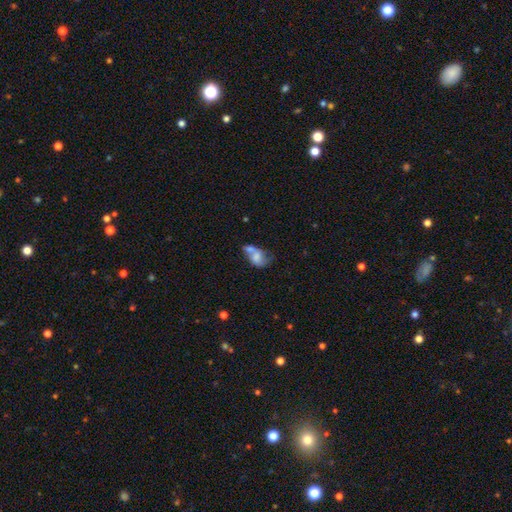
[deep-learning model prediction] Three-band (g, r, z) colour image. It shows a smooth galaxy with no disk features (53%) that is in between round and cigar-shaped (78%). Merging: merger (52%).